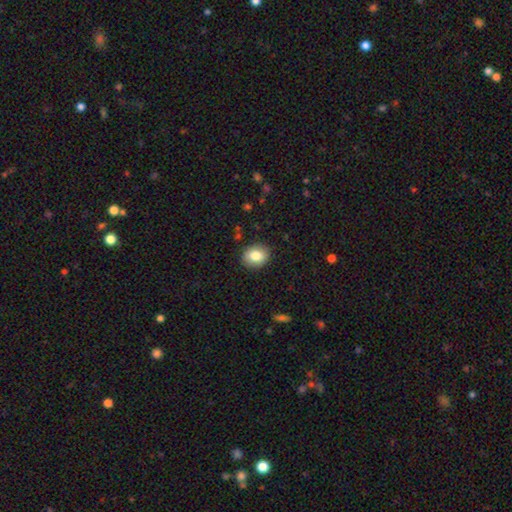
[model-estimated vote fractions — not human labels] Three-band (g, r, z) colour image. It shows a smooth galaxy with no disk features (81%) that is round (56%). Merging: none (89%).